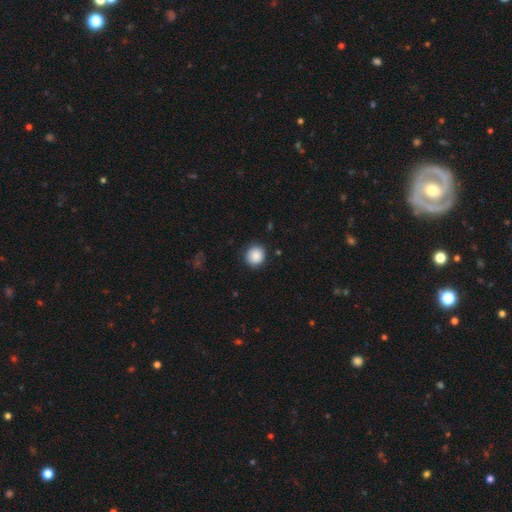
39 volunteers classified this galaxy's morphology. smooth-or-featured: smooth: 92% | featured or disk: 5% | star or artifact: 3%
  how-rounded: round: 92% | in between: 8% | cigar-shaped: 0%
  merging: none: 95% | minor disturbance: 3% | major disturbance: 3% | merger: 0%